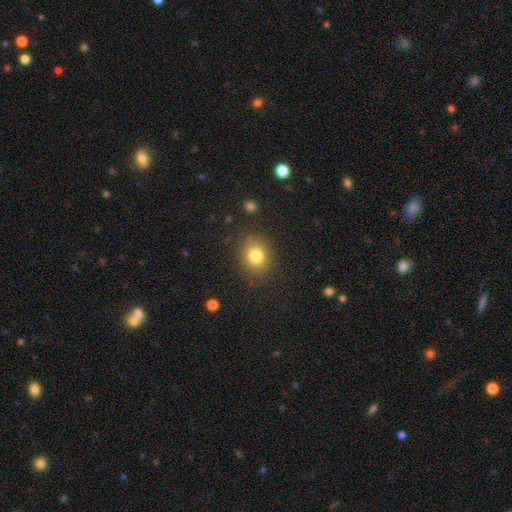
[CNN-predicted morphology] Smooth or featured? smooth (80%)
How rounded? round (61%)
Merging? none (84%)